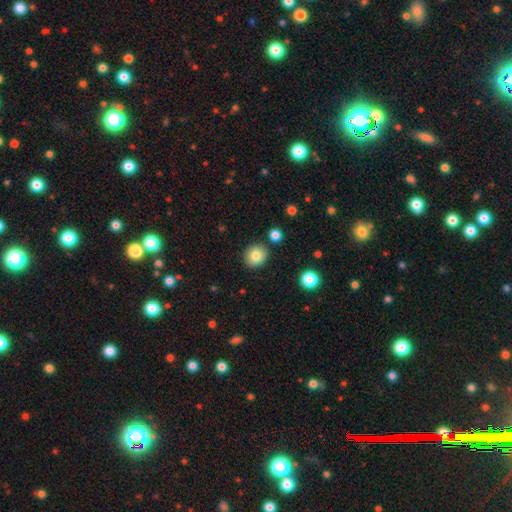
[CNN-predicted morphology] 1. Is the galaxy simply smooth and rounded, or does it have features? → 85% smooth, 9% star or artifact, 6% featured or disk.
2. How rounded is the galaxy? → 82% round, 17% in between, 1% cigar-shaped.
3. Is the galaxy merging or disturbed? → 86% none, 8% minor disturbance, 3% merger, 2% major disturbance.